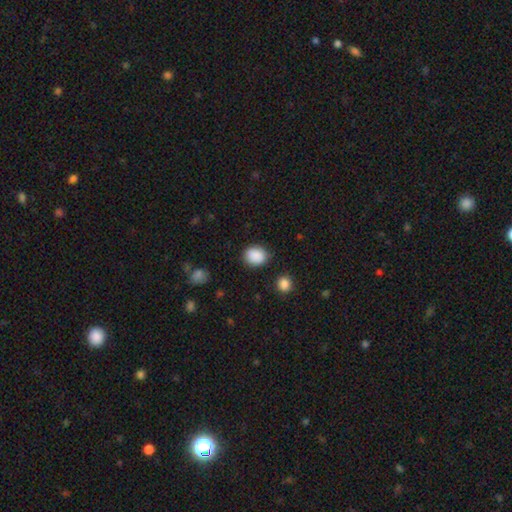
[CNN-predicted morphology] A smooth galaxy with no disk features (88%) that is round (57%).

Vote fractions:
- Smooth or featured? smooth: 88% / star or artifact: 8% / featured or disk: 4%
- How rounded? round: 57% / in between: 42% / cigar-shaped: 1%
- Merging? none: 81% / minor disturbance: 13% / major disturbance: 3% / merger: 2%